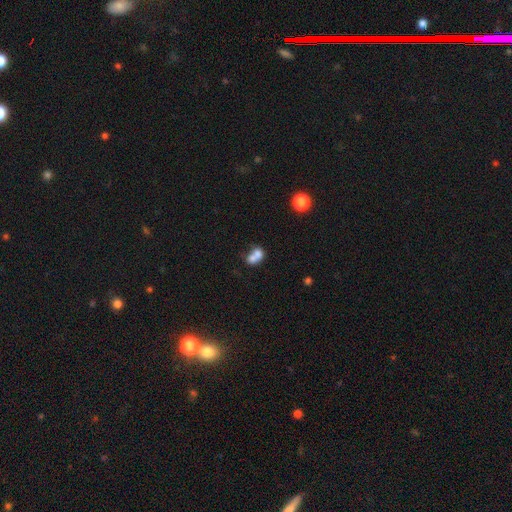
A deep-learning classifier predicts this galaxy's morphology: A smooth galaxy with no disk features (70%) that is in between round and cigar-shaped (59%).

Vote fractions:
- Smooth or featured? smooth: 70% / featured or disk: 19% / star or artifact: 11%
- How rounded? in between: 59% / round: 39% / cigar-shaped: 2%
- Merging? merger: 69% / none: 19% / minor disturbance: 7% / major disturbance: 5%